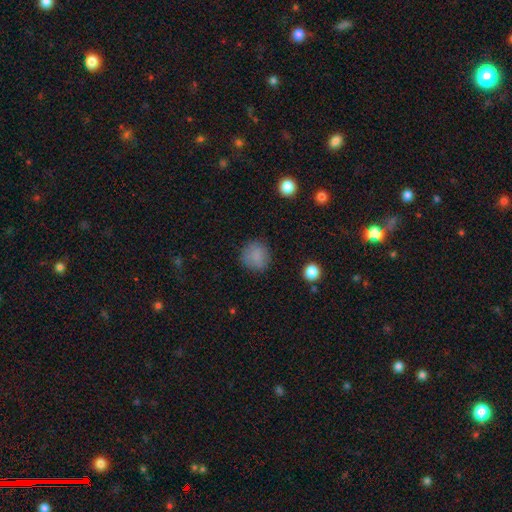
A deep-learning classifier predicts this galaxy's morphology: Smooth or featured? Predicted: smooth (p=0.84). How rounded? Predicted: round (p=0.90). Merging? Predicted: none (p=0.83).